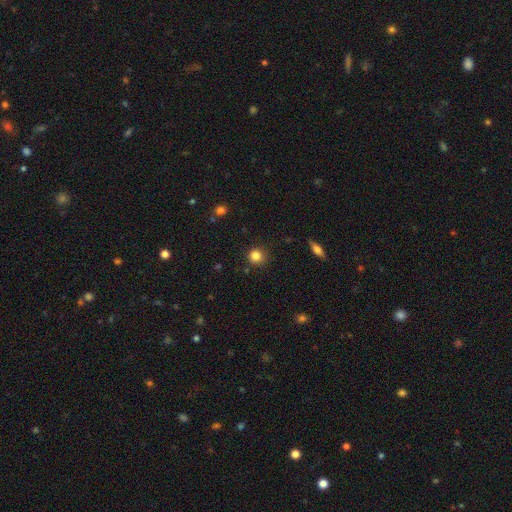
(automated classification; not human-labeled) This is clearly a smooth galaxy (83%). How rounded: clearly round (91%). Merging: clearly none (87%).